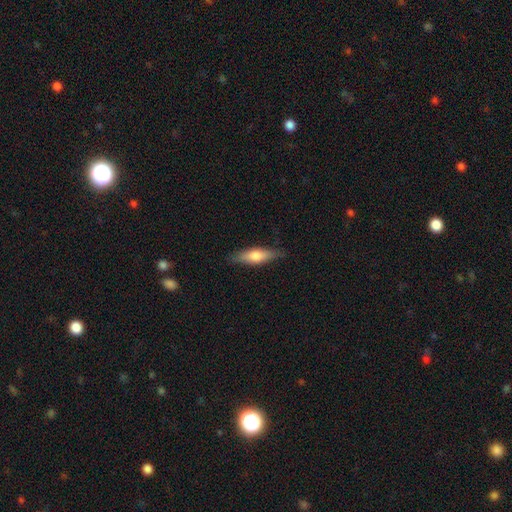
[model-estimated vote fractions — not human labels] Smooth or featured: smooth — 62% (featured or disk — 32%)
How rounded: cigar-shaped — 56% (in between — 41%)
Merging: none — 84% (minor disturbance — 13%)